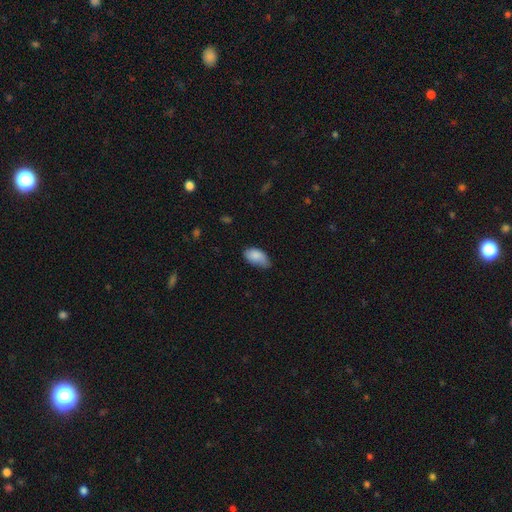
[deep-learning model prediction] A smooth galaxy with no disk features (86%) that is in between round and cigar-shaped (94%). Merging: none (53%).